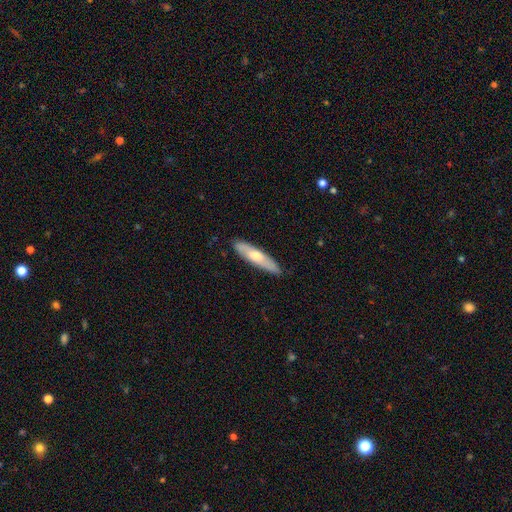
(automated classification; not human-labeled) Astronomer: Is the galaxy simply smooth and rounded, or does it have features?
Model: smooth — 55% (runner-up: featured or disk, 39%).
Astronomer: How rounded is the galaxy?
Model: cigar-shaped — 77%.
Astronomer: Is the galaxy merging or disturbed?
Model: none — 86%.